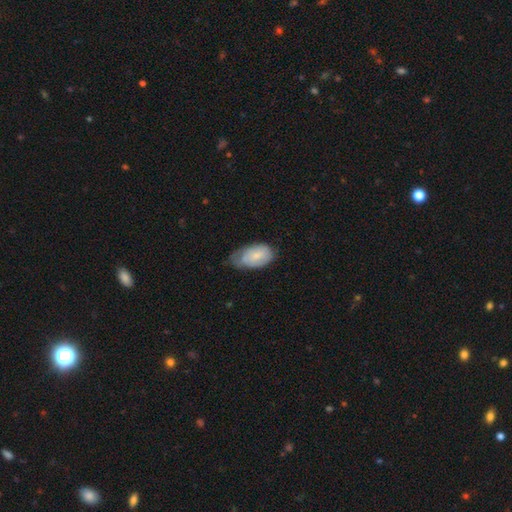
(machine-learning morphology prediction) Smooth or featured?
  - smooth: 69% *
  - featured or disk: 25%
  - star or artifact: 6%
How rounded?
  - in between: 93% *
  - round: 5%
  - cigar-shaped: 2%
Merging?
  - minor disturbance: 47% *
  - none: 36%
  - major disturbance: 16%
  - merger: 2%